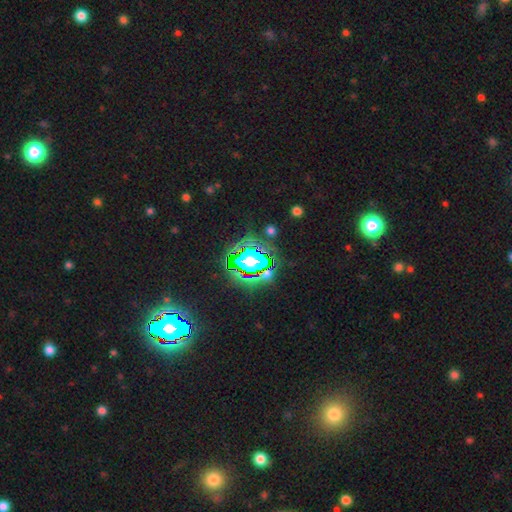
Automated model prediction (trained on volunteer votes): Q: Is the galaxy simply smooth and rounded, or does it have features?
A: star or artifact — 79%.